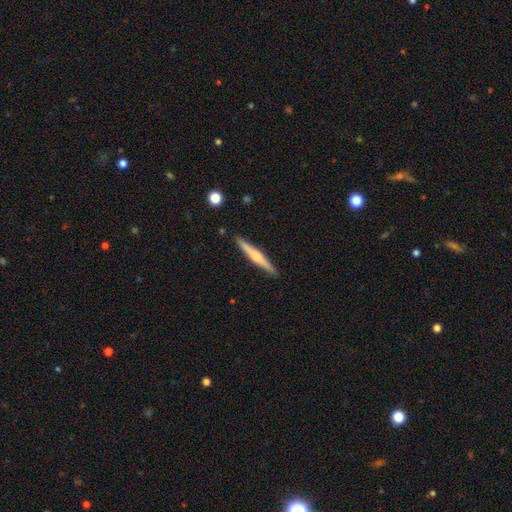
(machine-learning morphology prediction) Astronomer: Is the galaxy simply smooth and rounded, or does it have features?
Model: featured or disk — 58% (runner-up: smooth, 37%).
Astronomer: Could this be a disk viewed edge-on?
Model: yes — 98%.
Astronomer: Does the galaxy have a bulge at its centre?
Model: rounded — 71%.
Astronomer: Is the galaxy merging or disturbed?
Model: none — 91%.